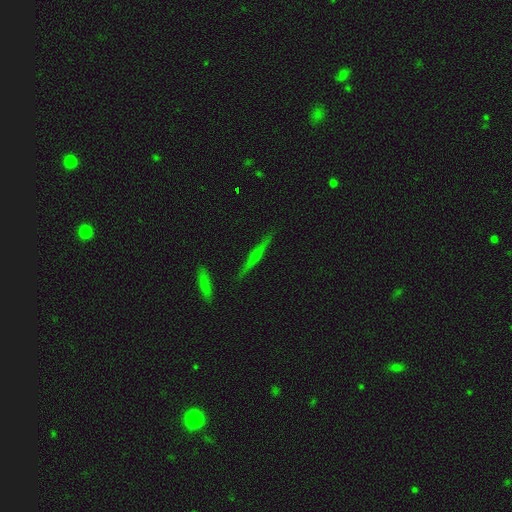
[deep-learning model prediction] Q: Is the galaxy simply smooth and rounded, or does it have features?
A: featured or disk — 65%.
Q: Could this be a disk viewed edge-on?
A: yes — 97%.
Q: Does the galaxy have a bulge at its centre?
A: rounded — 58%.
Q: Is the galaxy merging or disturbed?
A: none — 90%.